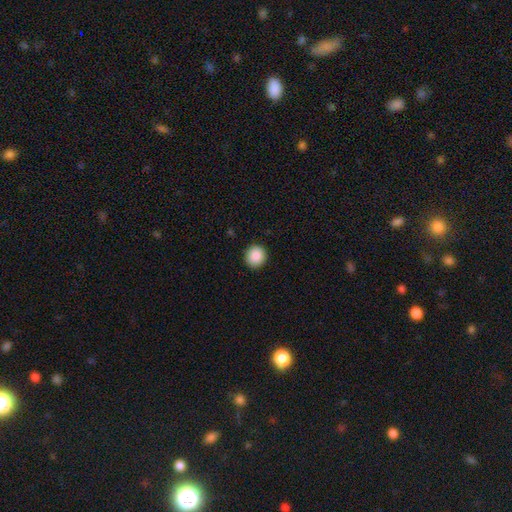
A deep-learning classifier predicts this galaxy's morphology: Smooth or featured? smooth (88%)
How rounded? round (90%)
Merging? none (92%)